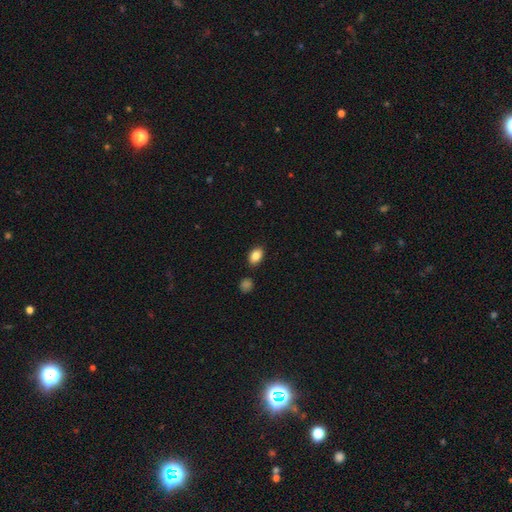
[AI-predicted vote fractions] A smooth galaxy with no disk features (86%) that is in between round and cigar-shaped (84%). Merging: none (85%).